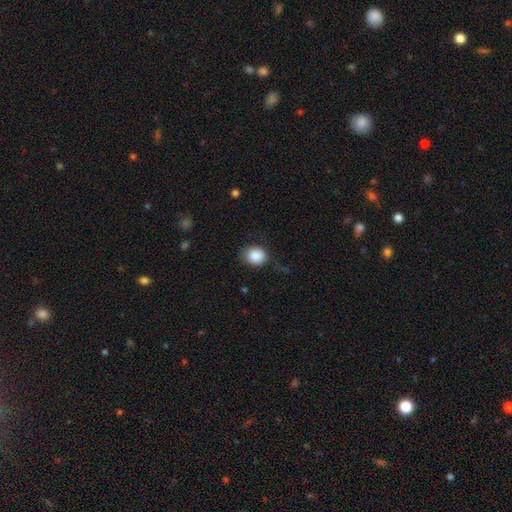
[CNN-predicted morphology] Smooth or featured? smooth (87%)
How rounded? round (66%)
Merging? none (77%)